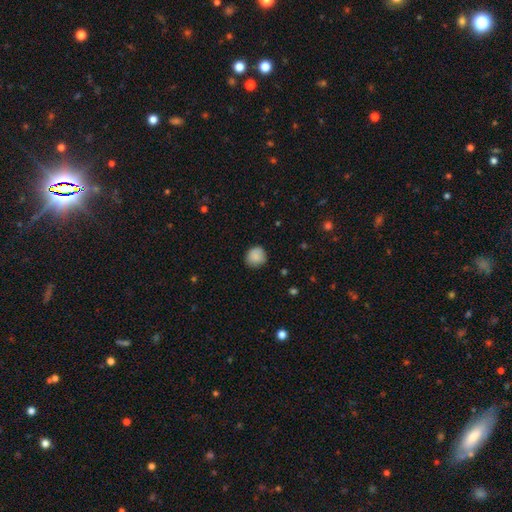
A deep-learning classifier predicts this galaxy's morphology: This is clearly a smooth galaxy (87%). How rounded: clearly round (88%). Merging: clearly none (83%).